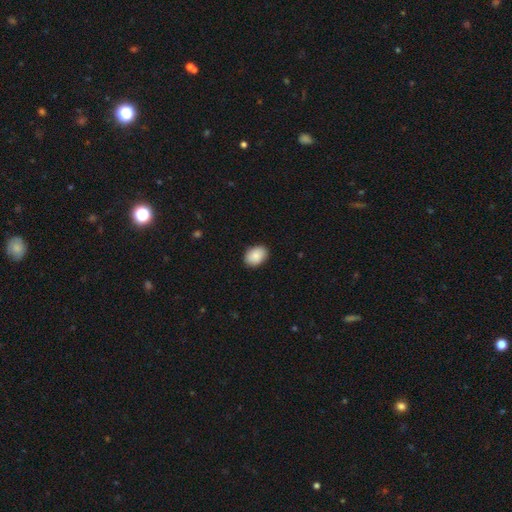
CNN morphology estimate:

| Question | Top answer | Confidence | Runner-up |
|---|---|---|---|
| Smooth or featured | smooth | 89% | star or artifact (6%) |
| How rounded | in between | 80% | round (19%) |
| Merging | none | 89% | minor disturbance (9%) |